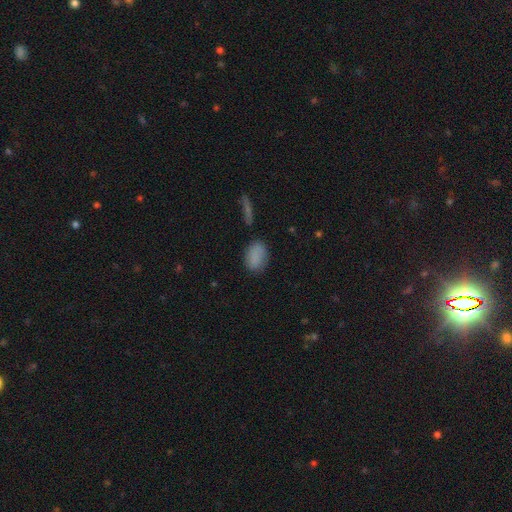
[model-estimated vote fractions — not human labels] Q: Smooth or featured?
A: smooth (85%); runner-up: star or artifact (8%)
Q: How rounded?
A: in between (83%); runner-up: round (15%)
Q: Merging?
A: none (77%); runner-up: minor disturbance (15%)